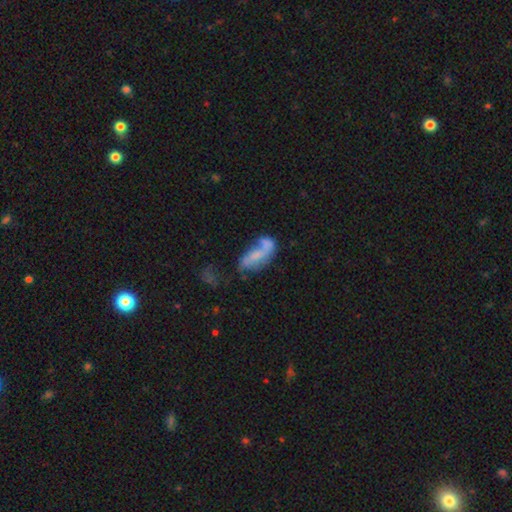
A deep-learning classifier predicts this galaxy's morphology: Smooth or featured? featured or disk (48%)
Merging? none (32%)